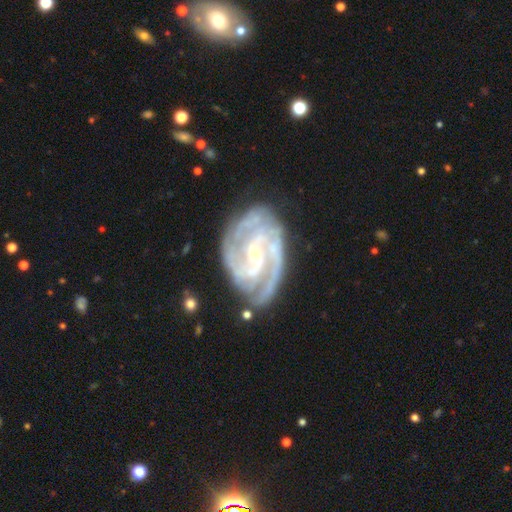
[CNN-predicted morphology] A featured or disk galaxy (91%) with a weak bar (42%), 2 (46%) tight (53%) spiral arms (97%) and a small central bulge (72%).

Vote fractions:
- Smooth or featured? featured or disk: 91% / star or artifact: 5% / smooth: 5%
- Edge-on disk? no: 97% / yes: 3%
- Bar? weak: 42% / no: 36% / strong: 22%
- Spiral arms? yes: 97% / no: 3%
- Spiral winding? tight: 53% / medium: 40% / loose: 7%
- Spiral arm count? 2: 46% / 3: 24% / can't tell: 14% / 4: 6% / 1: 5% / more than 4: 5%
- Bulge size? small: 72% / moderate: 23% / none: 3% / large: 1% / dominant: 1%
- Merging? none: 69% / minor disturbance: 20% / major disturbance: 9% / merger: 2%